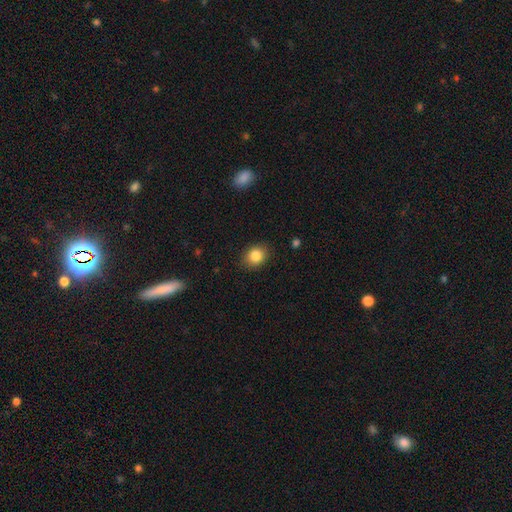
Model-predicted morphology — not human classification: Smooth or featured? smooth (85%)
How rounded? round (56%)
Merging? none (86%)